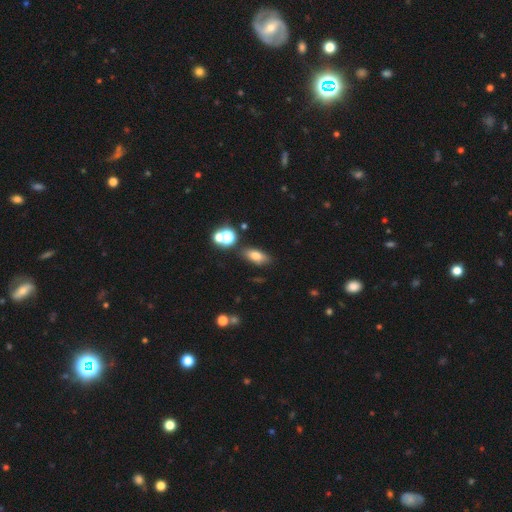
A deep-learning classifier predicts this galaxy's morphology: Overall: smooth (73%). How rounded: in between (77%). Merging: none (79%).